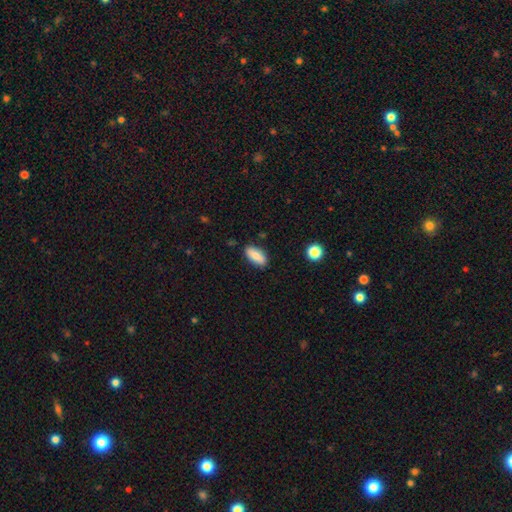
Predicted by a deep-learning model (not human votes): Q: Smooth or featured?
A: smooth (83%); runner-up: featured or disk (10%)
Q: How rounded?
A: in between (84%); runner-up: cigar-shaped (13%)
Q: Merging?
A: none (84%); runner-up: minor disturbance (12%)